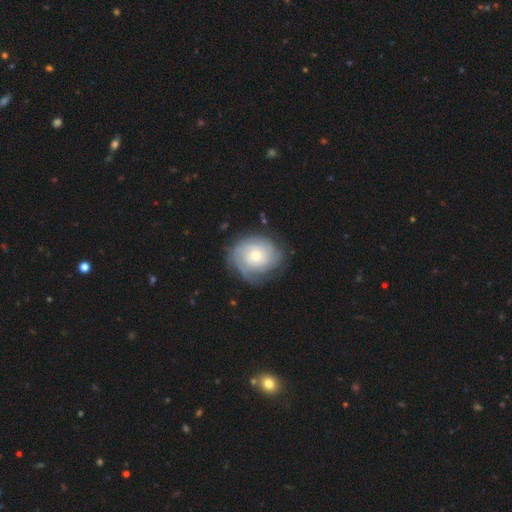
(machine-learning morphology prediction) A featured or disk galaxy (66%) with no bar (80%), tight (72%) spiral arms (87%) and a moderate central bulge (49%). Merging: none (73%).